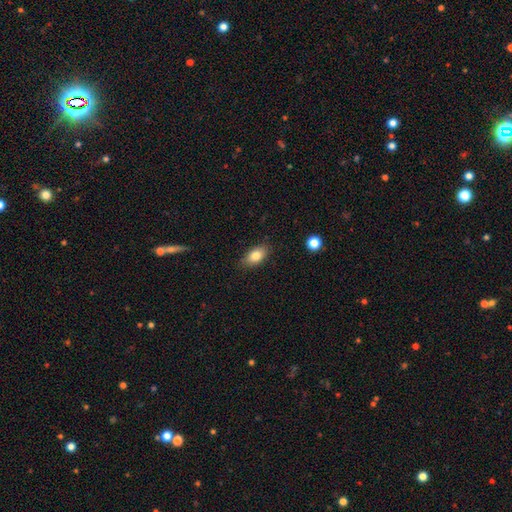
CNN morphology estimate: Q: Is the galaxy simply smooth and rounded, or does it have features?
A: smooth — 80%.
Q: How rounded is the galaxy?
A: in between — 87%.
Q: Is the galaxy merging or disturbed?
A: none — 84%.